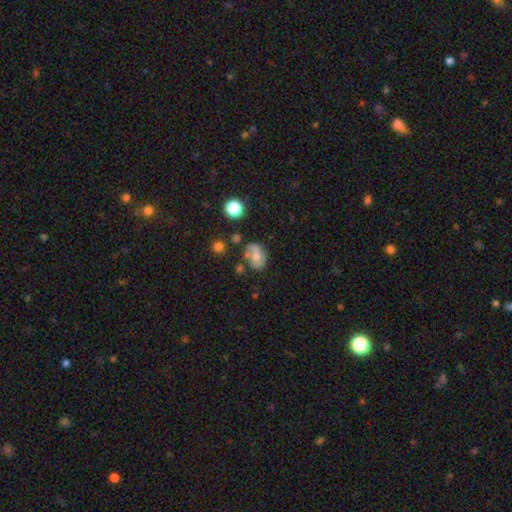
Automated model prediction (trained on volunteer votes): Overall: smooth (52%; featured or disk 35%). How rounded: in between (66%; round 33%). Merging: none (44%; minor disturbance 25%).